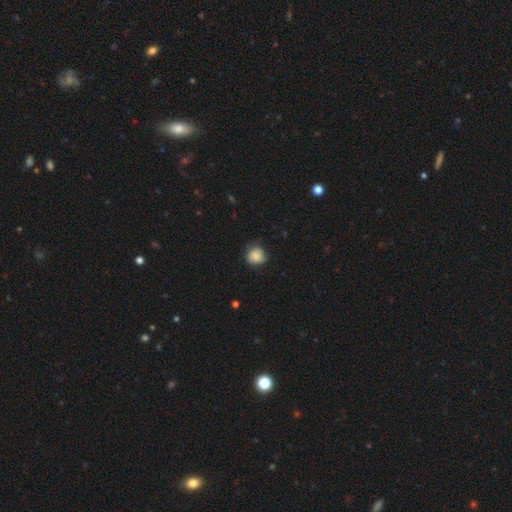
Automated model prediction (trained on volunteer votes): A smooth galaxy with no disk features (83%) that is round (83%).

Vote fractions:
- Smooth or featured? smooth: 83% / featured or disk: 8% / star or artifact: 8%
- How rounded? round: 83% / in between: 16% / cigar-shaped: 1%
- Merging? none: 66% / minor disturbance: 27% / major disturbance: 7% / merger: 1%